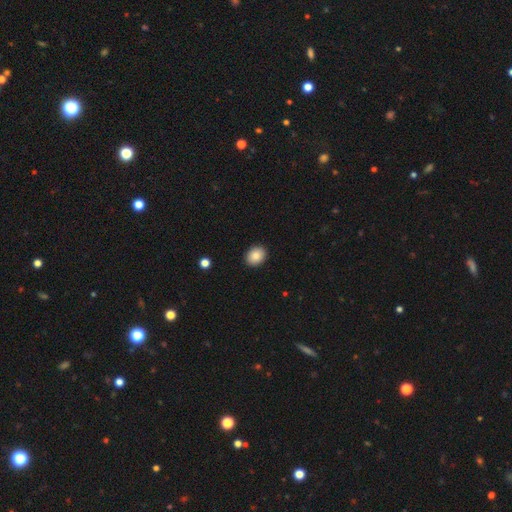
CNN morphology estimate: Overall: smooth (86%). How rounded: round (52%; in between 47%). Merging: none (91%).